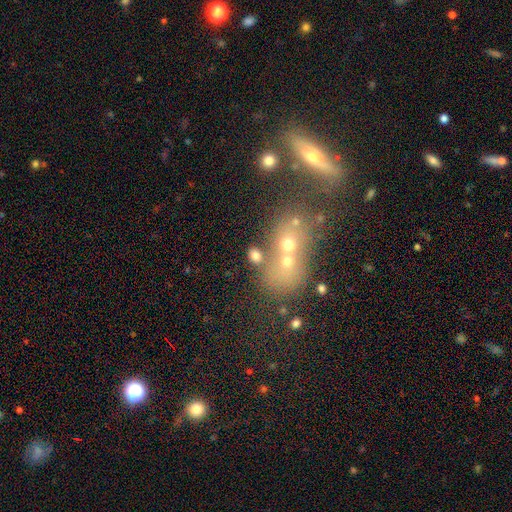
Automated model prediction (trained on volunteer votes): smooth 63%, star or artifact 19%, featured or disk 18%. Down the decision tree: how rounded — in between (59%); merging — merger (43%, tied with none).